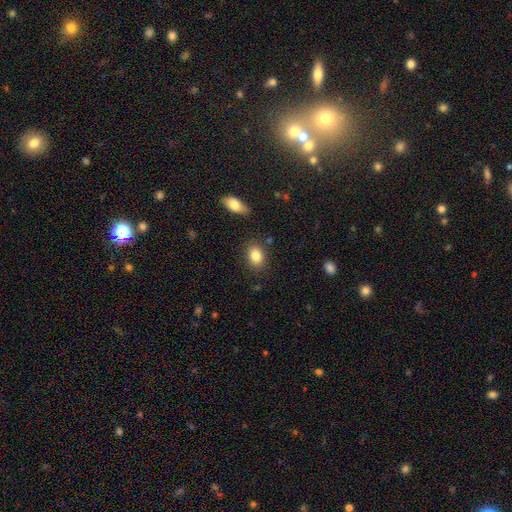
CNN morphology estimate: smooth 84%, star or artifact 8%, featured or disk 7%. Down the decision tree: how rounded — in between (72%); merging — none (83%).